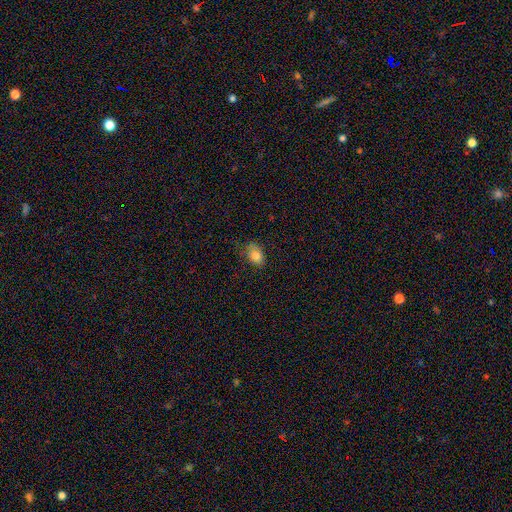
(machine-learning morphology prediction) This appears to be a smooth galaxy with no disk features (81%) that is in between round and cigar-shaped (81%). Merging: none (71%).